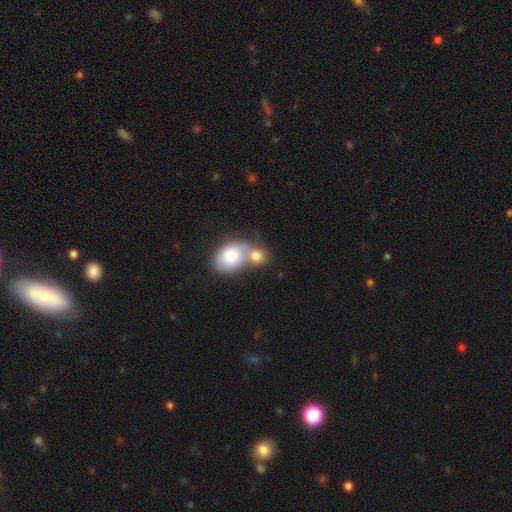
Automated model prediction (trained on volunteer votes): A smooth galaxy with no disk features (81%) that is round (51%). Merging: merger (60%).